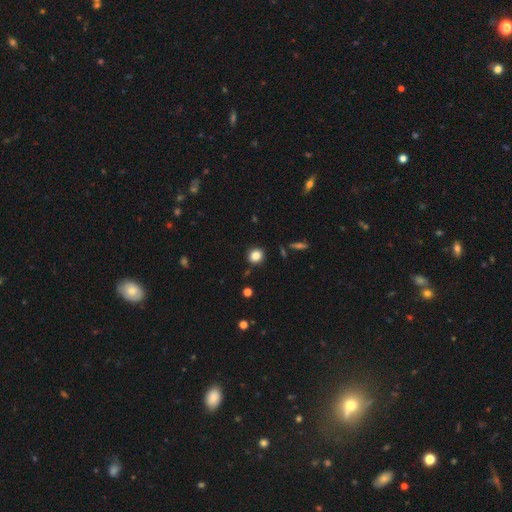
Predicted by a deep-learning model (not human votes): Morphology: type=smooth (84%); roundness=round (78%); merging=none (88%).